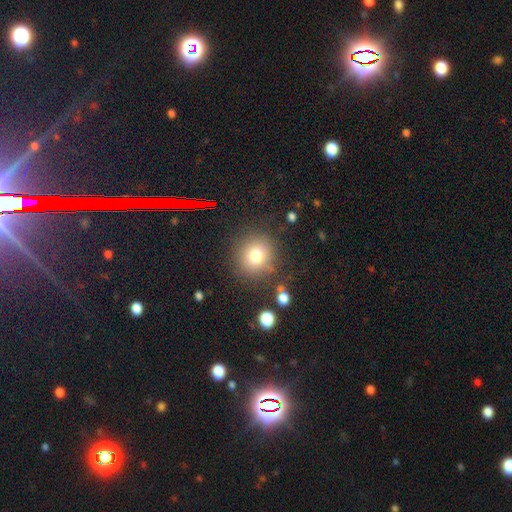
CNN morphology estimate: This appears to be a smooth galaxy with no disk features (75%) that is round (90%). Merging: none (83%).